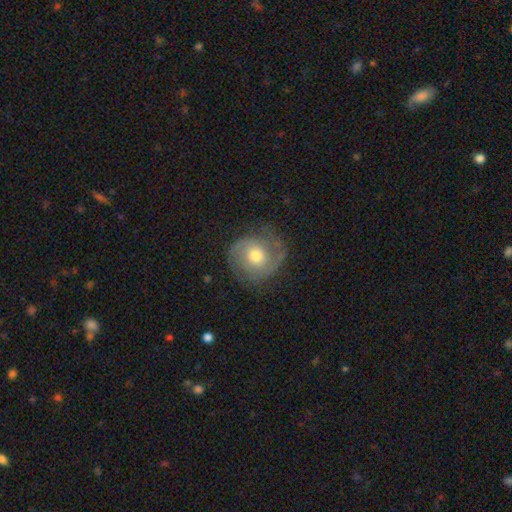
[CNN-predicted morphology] Smooth or featured: featured or disk — 65% (smooth — 27%)
Edge-on disk: no — 97% (yes — 3%)
Bar: no — 74% (weak — 22%)
Spiral arms: yes — 86% (no — 14%)
Spiral winding: tight — 42% (medium — 40%)
Spiral arm count: 2 — 69% (can't tell — 15%)
Bulge size: moderate — 72% (small — 19%)
Merging: none — 69% (minor disturbance — 20%)